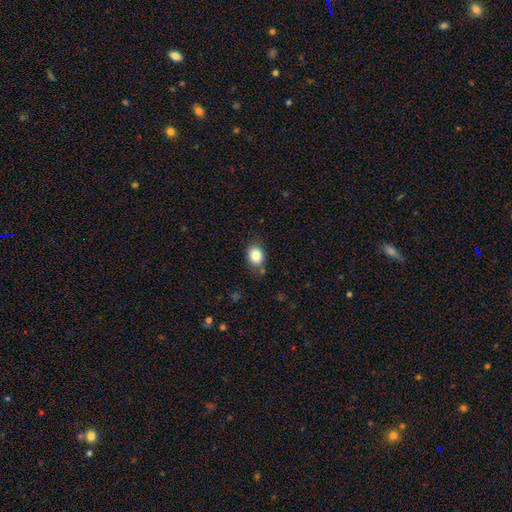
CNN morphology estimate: Q: Smooth or featured?
A: smooth (83%); runner-up: star or artifact (10%)
Q: How rounded?
A: round (51%); runner-up: in between (48%)
Q: Merging?
A: none (76%); runner-up: minor disturbance (17%)